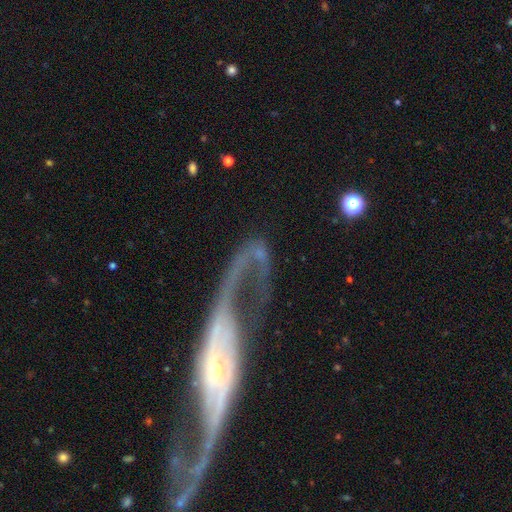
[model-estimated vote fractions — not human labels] Smooth or featured: featured or disk — 51% (smooth — 28%)
Edge-on disk: no — 79% (yes — 21%)
Merging: none — 39% (major disturbance — 30%)